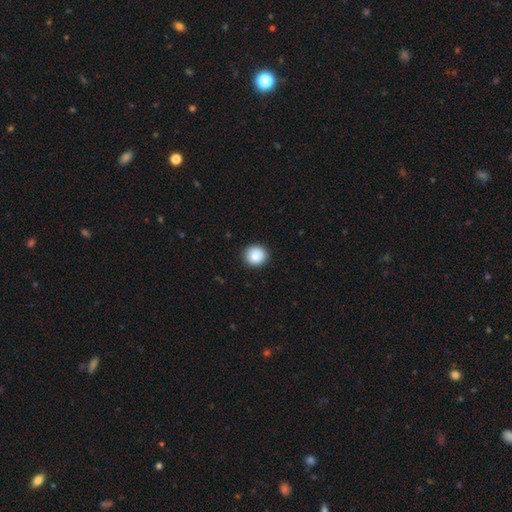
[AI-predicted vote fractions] Smooth or featured? Predicted: smooth (p=0.88). How rounded? Predicted: round (p=0.92). Merging? Predicted: none (p=0.90).